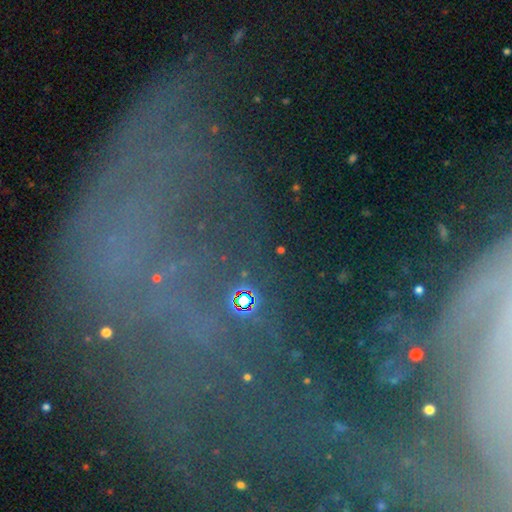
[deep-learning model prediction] This is likely a star or artifact rather than a galaxy (71%).